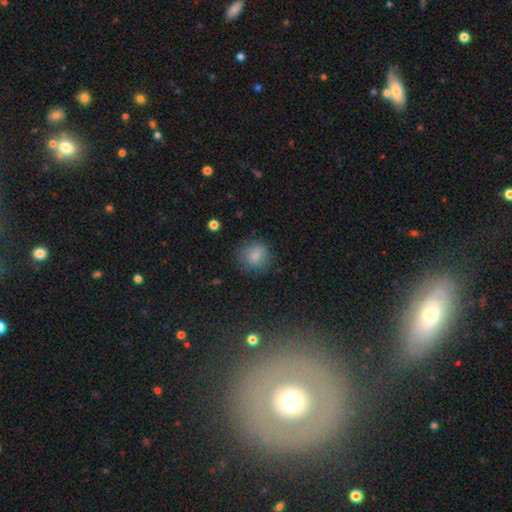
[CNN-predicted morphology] A smooth galaxy with no disk features (80%) that is round (79%). Merging: none (76%).